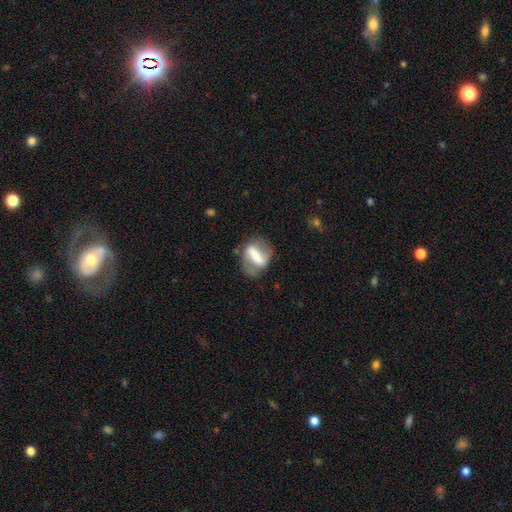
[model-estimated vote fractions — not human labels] Q: Smooth or featured?
A: featured or disk (64%); runner-up: smooth (29%)
Q: Edge-on disk?
A: no (91%); runner-up: yes (9%)
Q: Bar?
A: strong (76%); runner-up: weak (16%)
Q: Spiral arms?
A: yes (59%); runner-up: no (41%)
Q: Bulge size?
A: moderate (28%); runner-up: none (26%)
Q: Merging?
A: none (66%); runner-up: minor disturbance (20%)